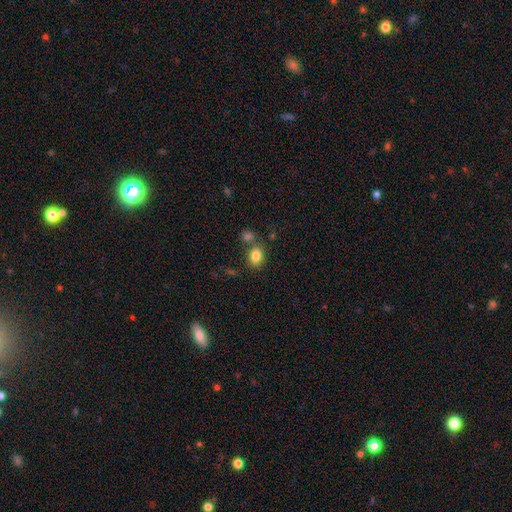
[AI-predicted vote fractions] Smooth or featured?
  - smooth: 83% *
  - star or artifact: 10%
  - featured or disk: 7%
How rounded?
  - in between: 64% *
  - round: 35%
  - cigar-shaped: 1%
Merging?
  - none: 65% *
  - merger: 20%
  - minor disturbance: 12%
  - major disturbance: 4%